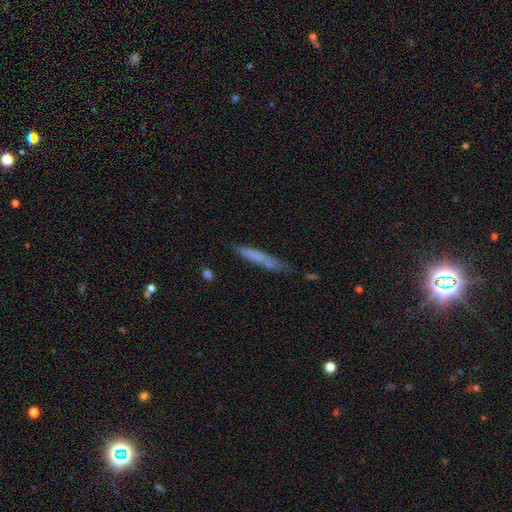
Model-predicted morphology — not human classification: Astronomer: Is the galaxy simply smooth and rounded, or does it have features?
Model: smooth — 69%.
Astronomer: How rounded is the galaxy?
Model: cigar-shaped — 92%.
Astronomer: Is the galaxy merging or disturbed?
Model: none — 69%.